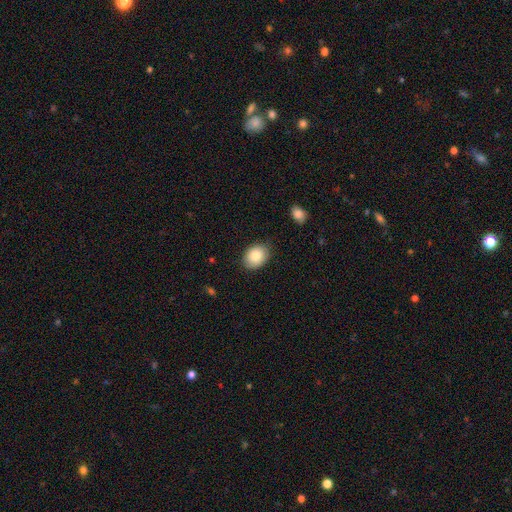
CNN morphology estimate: Smooth or featured? smooth (83%)
How rounded? in between (71%)
Merging? none (82%)